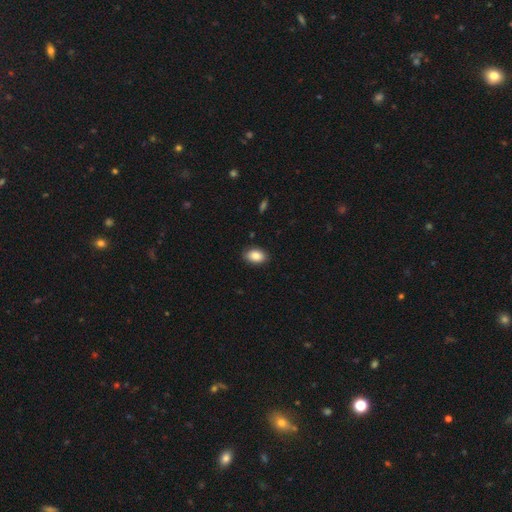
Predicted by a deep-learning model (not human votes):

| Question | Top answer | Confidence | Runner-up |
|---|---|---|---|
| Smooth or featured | smooth | 87% | star or artifact (7%) |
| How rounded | in between | 88% | round (11%) |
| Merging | none | 89% | minor disturbance (8%) |